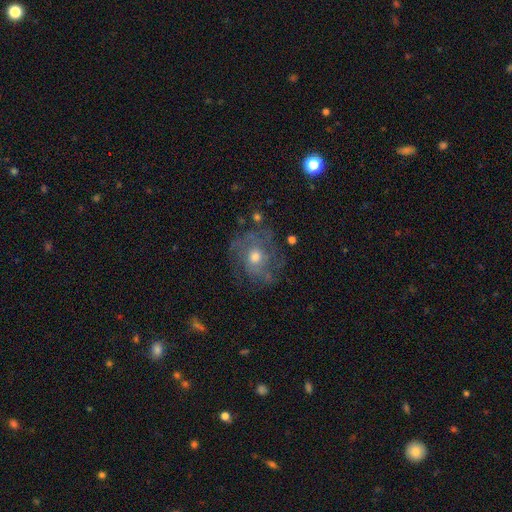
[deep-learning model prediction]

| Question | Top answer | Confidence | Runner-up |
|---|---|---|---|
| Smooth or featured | featured or disk | 68% | smooth (20%) |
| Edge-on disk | no | 97% | yes (3%) |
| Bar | no | 83% | weak (15%) |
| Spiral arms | yes | 73% | no (27%) |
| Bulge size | moderate | 70% | small (20%) |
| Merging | none | 69% | minor disturbance (17%) |